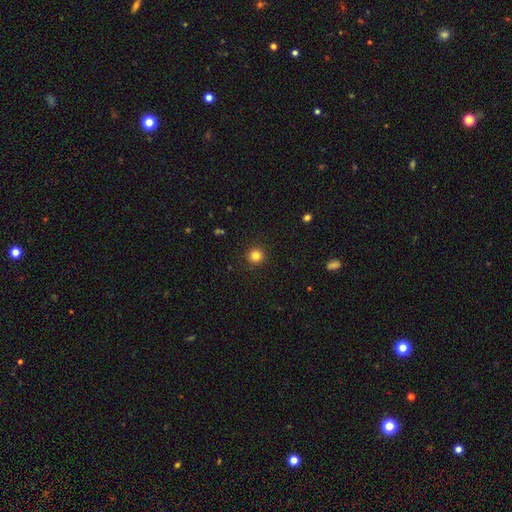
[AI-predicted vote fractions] The model was most divided on "smooth or featured": smooth: 82%, star or artifact: 13%, featured or disk: 5%. More confident: how rounded — round (95%); merging — none (92%).